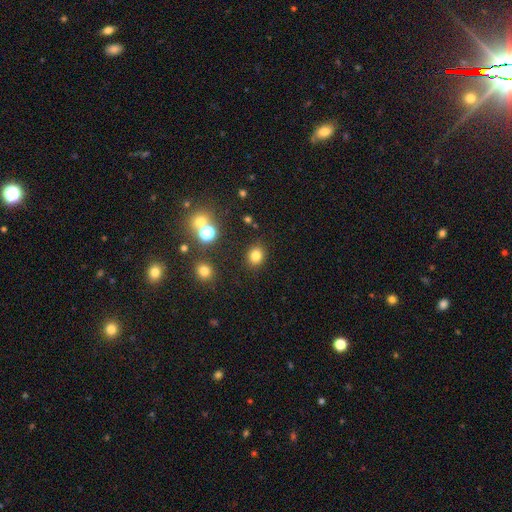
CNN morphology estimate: Smooth or featured?
  - smooth: 79% *
  - star or artifact: 14%
  - featured or disk: 6%
How rounded?
  - round: 68% *
  - in between: 31%
  - cigar-shaped: 1%
Merging?
  - none: 87% *
  - minor disturbance: 8%
  - major disturbance: 3%
  - merger: 2%